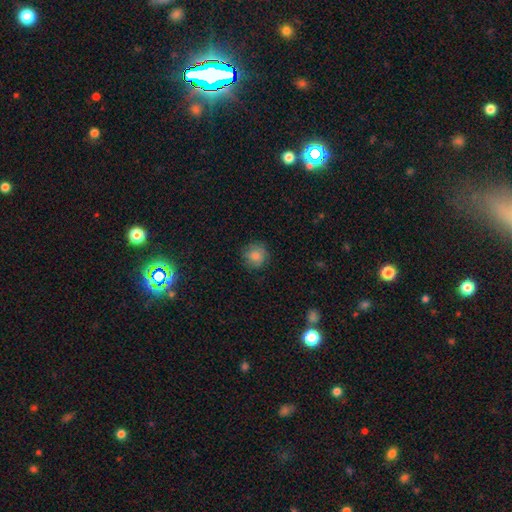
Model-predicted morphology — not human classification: smooth_or_featured: smooth (p=0.83) [alt: star or artifact p=0.09]
how_rounded: round (p=0.89) [alt: in between p=0.10]
merging: none (p=0.82) [alt: minor disturbance p=0.13]